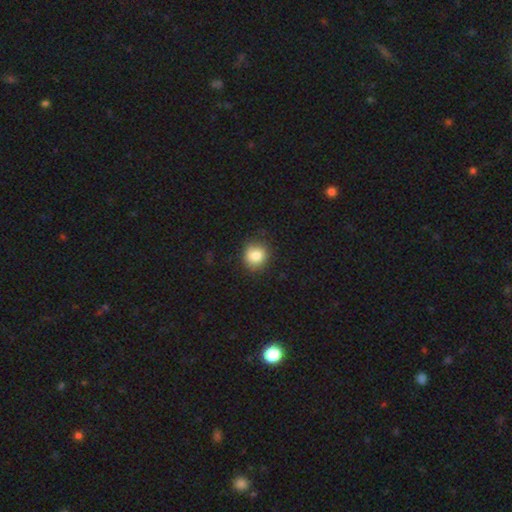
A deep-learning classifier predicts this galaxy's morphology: smooth_or_featured: smooth (p=0.84) [alt: star or artifact p=0.10]
how_rounded: round (p=0.83) [alt: in between p=0.16]
merging: none (p=0.79) [alt: minor disturbance p=0.16]